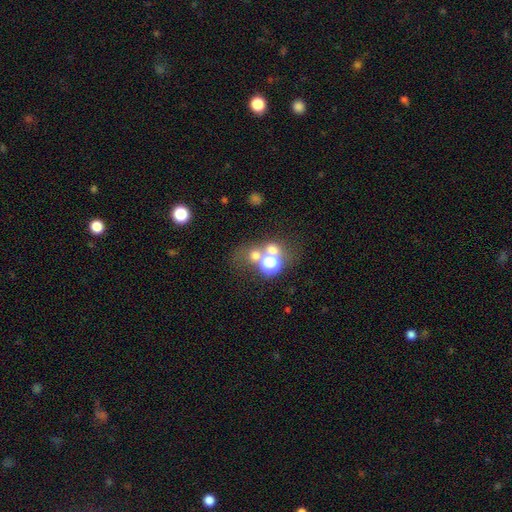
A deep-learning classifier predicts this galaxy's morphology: smooth_or_featured: smooth (p=0.56) [alt: star or artifact p=0.32]
how_rounded: round (p=0.80) [alt: in between p=0.19]
merging: none (p=0.51) [alt: merger p=0.33]